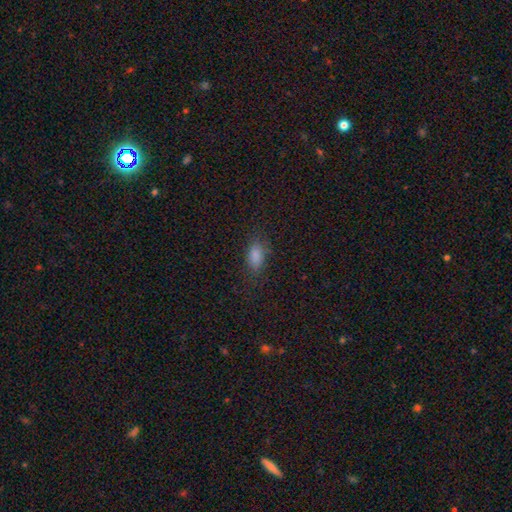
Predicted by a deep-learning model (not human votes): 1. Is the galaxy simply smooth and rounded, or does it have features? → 84% smooth, 11% star or artifact, 5% featured or disk.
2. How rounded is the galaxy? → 88% in between, 7% cigar-shaped, 5% round.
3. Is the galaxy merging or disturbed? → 78% none, 15% minor disturbance, 6% major disturbance, 1% merger.